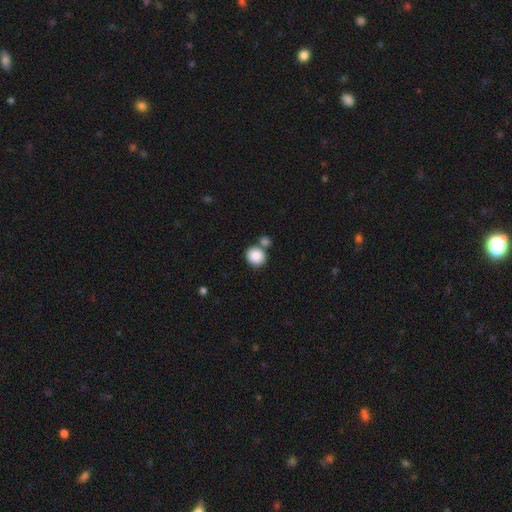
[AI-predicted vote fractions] Smooth or featured: smooth — 87% (star or artifact — 8%)
How rounded: round — 87% (in between — 12%)
Merging: none — 60% (merger — 28%)